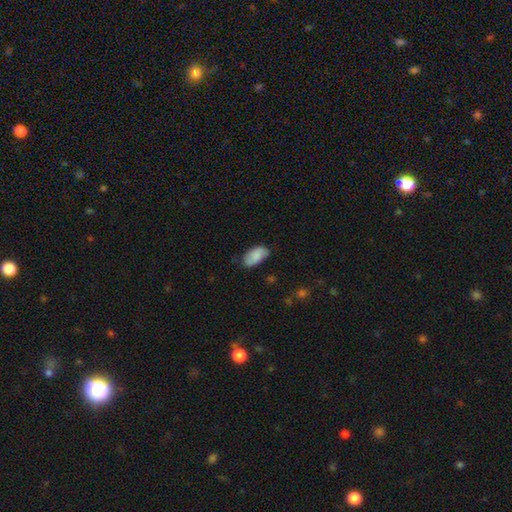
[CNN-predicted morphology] type=smooth (83%); roundness=in between (94%); merging=none (73%).